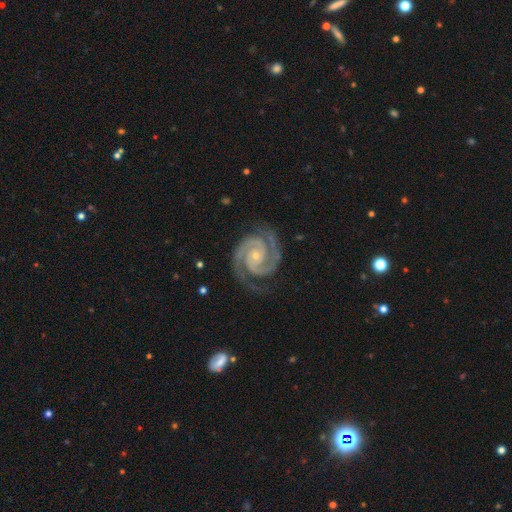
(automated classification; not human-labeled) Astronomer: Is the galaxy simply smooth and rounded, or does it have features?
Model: featured or disk — 94%.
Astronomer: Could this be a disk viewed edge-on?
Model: no — 98%.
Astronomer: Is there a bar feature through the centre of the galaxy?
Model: no — 69%.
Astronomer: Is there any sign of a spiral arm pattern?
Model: yes — 99%.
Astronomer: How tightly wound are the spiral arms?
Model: tight — 67%.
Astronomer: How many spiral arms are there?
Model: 2 — 93%.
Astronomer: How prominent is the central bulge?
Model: small — 77%.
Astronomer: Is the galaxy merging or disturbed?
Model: none — 82%.